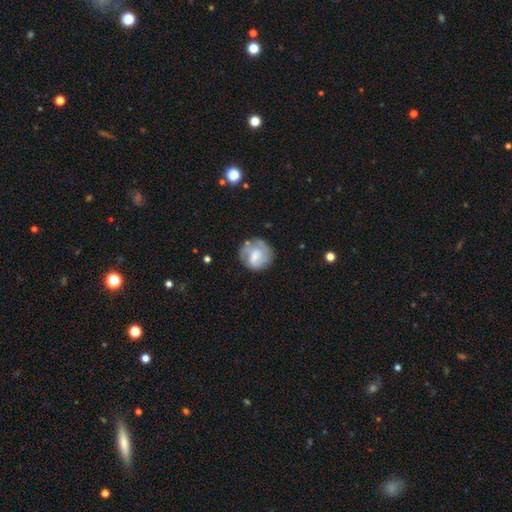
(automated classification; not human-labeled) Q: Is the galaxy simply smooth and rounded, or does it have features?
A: featured or disk — 57%.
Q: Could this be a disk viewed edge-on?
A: no — 98%.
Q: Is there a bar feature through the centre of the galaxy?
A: no — 49%.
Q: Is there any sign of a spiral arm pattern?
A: yes — 78%.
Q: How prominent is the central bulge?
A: moderate — 39%.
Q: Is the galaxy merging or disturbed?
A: none — 67%.